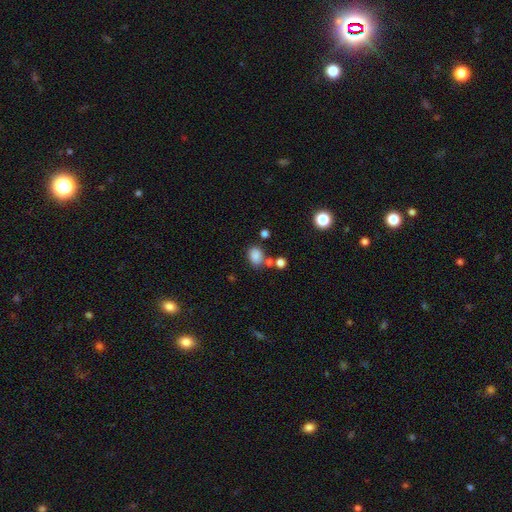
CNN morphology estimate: Smooth or featured? Predicted: smooth (p=0.83). How rounded? Predicted: in between (p=0.59). Merging? Predicted: none (p=0.65).